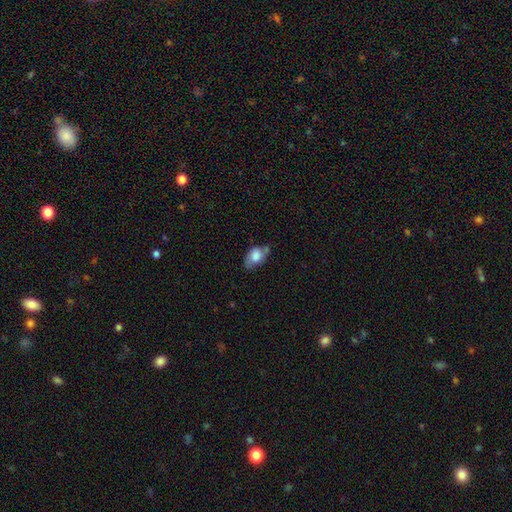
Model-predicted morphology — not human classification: Q: Smooth or featured?
A: smooth (67%); runner-up: featured or disk (24%)
Q: How rounded?
A: in between (85%); runner-up: round (13%)
Q: Merging?
A: none (45%); runner-up: minor disturbance (36%)